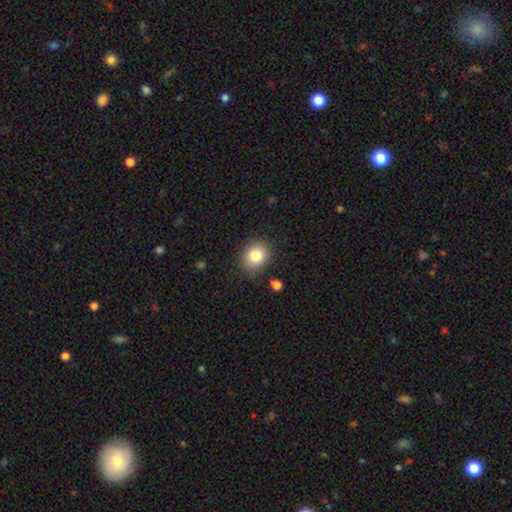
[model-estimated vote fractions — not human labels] smooth-or-featured: smooth: 82% | star or artifact: 10% | featured or disk: 9%
  how-rounded: round: 60% | in between: 39% | cigar-shaped: 1%
  merging: none: 85% | minor disturbance: 10% | major disturbance: 3% | merger: 2%